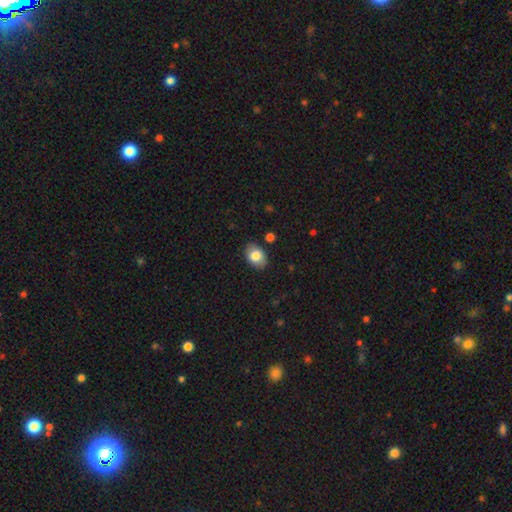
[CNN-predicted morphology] Q: Smooth or featured?
A: smooth (81%); runner-up: featured or disk (12%)
Q: How rounded?
A: in between (77%); runner-up: round (22%)
Q: Merging?
A: none (86%); runner-up: minor disturbance (10%)